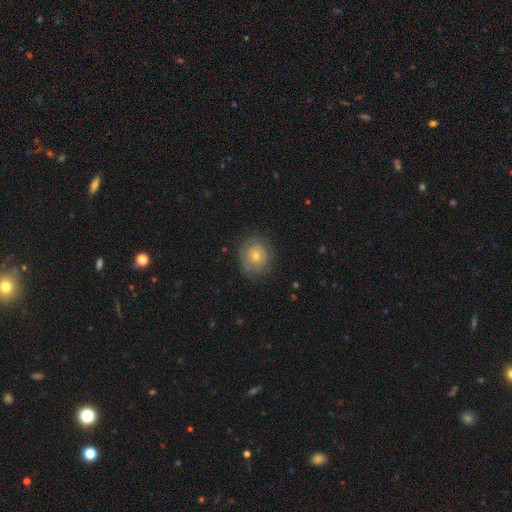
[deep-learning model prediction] Smooth or featured? smooth (61%)
How rounded? round (77%)
Merging? none (75%)